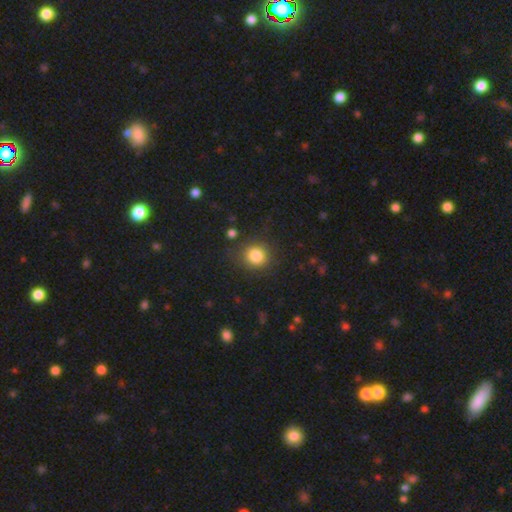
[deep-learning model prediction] This appears to be a smooth galaxy with no disk features (84%) that is round (88%). Merging: none (85%).